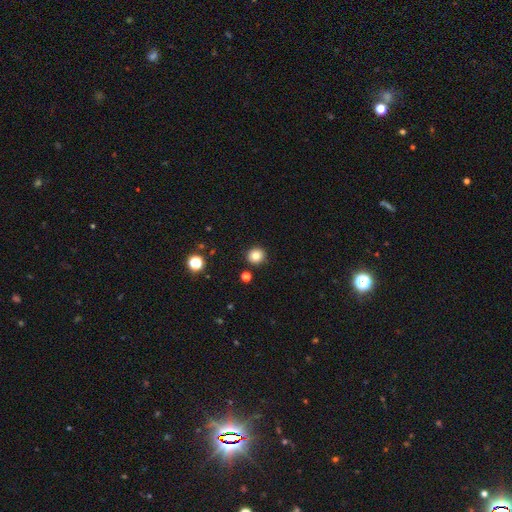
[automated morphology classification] Smooth or featured: smooth — 81% (star or artifact — 12%)
How rounded: round — 91% (in between — 8%)
Merging: none — 91% (minor disturbance — 5%)